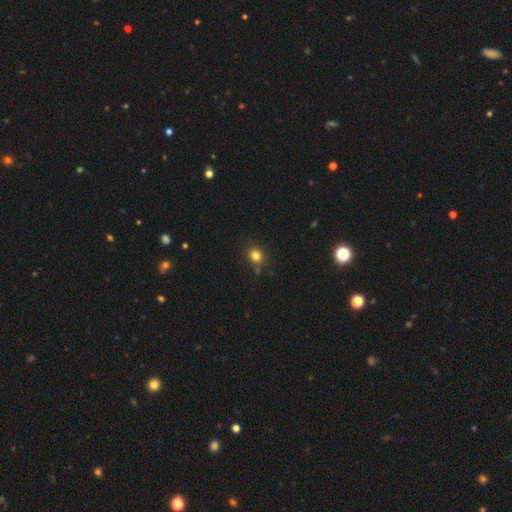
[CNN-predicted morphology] This appears to be a smooth galaxy with no disk features (81%) that is round (74%). Merging: none (78%).